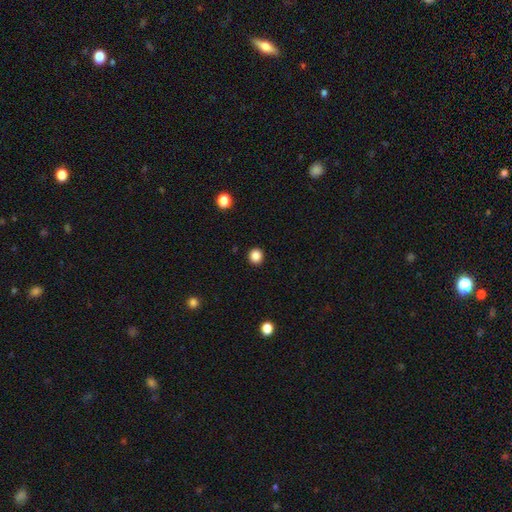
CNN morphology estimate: This appears to be a smooth galaxy with no disk features (85%) that is round (92%). Merging: none (93%).